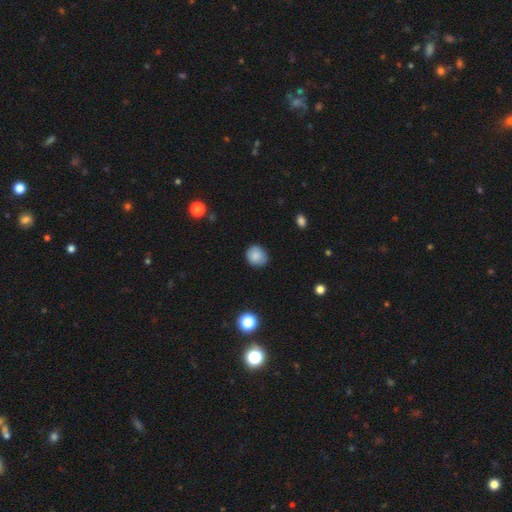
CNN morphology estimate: Smooth or featured?
  - smooth: 84% *
  - star or artifact: 9%
  - featured or disk: 7%
How rounded?
  - round: 77% *
  - in between: 22%
  - cigar-shaped: 1%
Merging?
  - none: 82% *
  - minor disturbance: 14%
  - major disturbance: 3%
  - merger: 1%